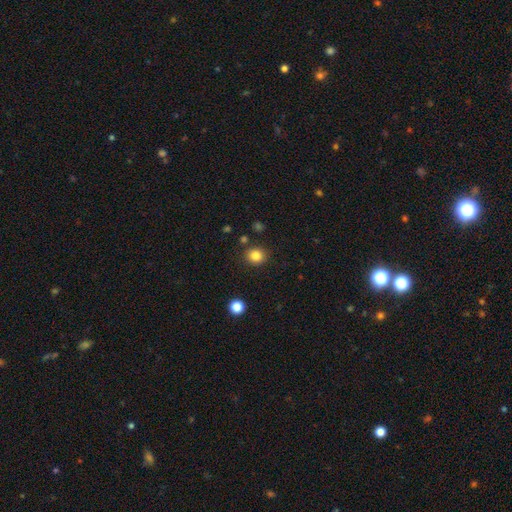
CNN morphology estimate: smooth 84%, star or artifact 11%, featured or disk 5%. Down the decision tree: how rounded — round (80%); merging — none (88%).